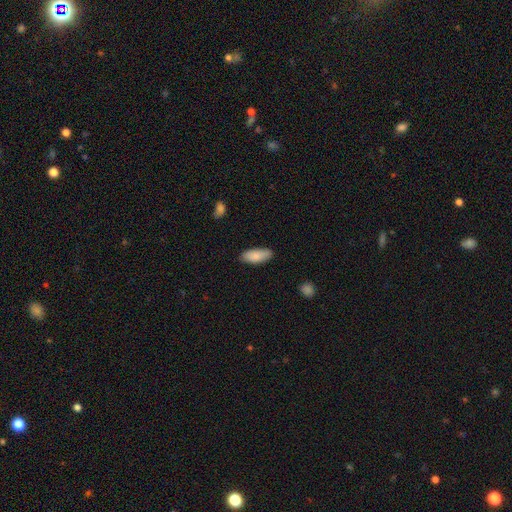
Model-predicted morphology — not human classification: The model was most divided on "how rounded": in between: 79%, cigar-shaped: 19%, round: 2%. More confident: smooth or featured — smooth (87%); merging — none (84%).